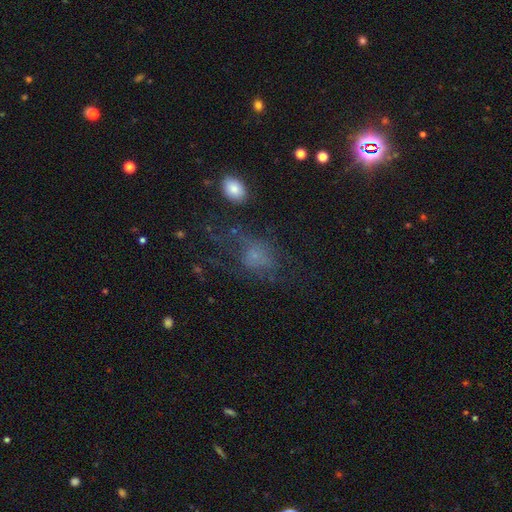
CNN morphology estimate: Q: Smooth or featured?
A: smooth (45%); runner-up: featured or disk (30%)
Q: Merging?
A: none (41%); runner-up: major disturbance (35%)